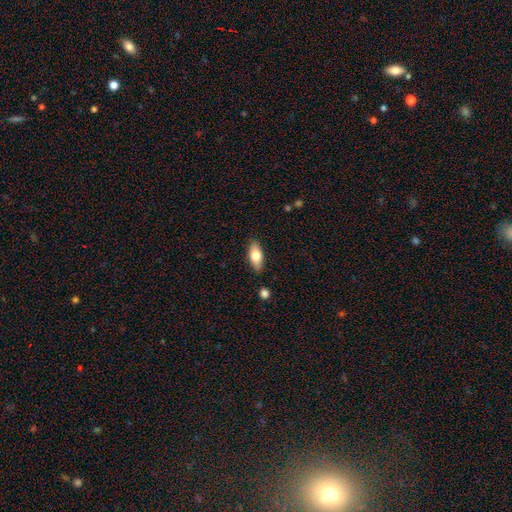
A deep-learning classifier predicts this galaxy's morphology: smooth_or_featured: smooth (p=0.69) [alt: featured or disk p=0.25]
how_rounded: in between (p=0.82) [alt: cigar-shaped p=0.15]
merging: none (p=0.86) [alt: minor disturbance p=0.10]